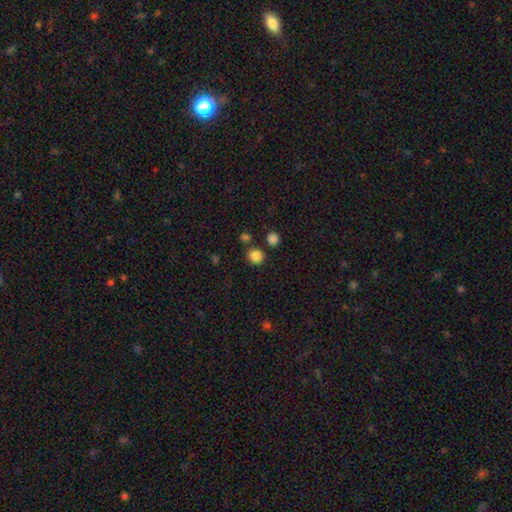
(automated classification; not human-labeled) The model was most divided on "merging": none: 81%, merger: 9%, minor disturbance: 7%, major disturbance: 3%. More confident: how rounded — round (90%); smooth or featured — smooth (84%).